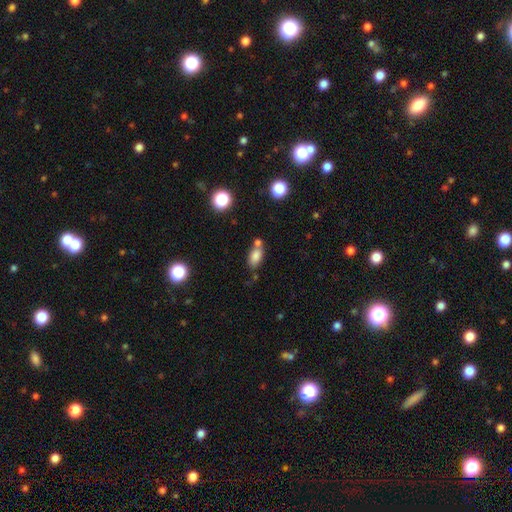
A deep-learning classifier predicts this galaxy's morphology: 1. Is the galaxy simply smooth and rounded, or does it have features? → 80% smooth, 11% star or artifact, 9% featured or disk.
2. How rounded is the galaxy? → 87% in between, 9% round, 4% cigar-shaped.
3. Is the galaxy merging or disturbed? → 52% none, 30% merger, 14% minor disturbance, 5% major disturbance.